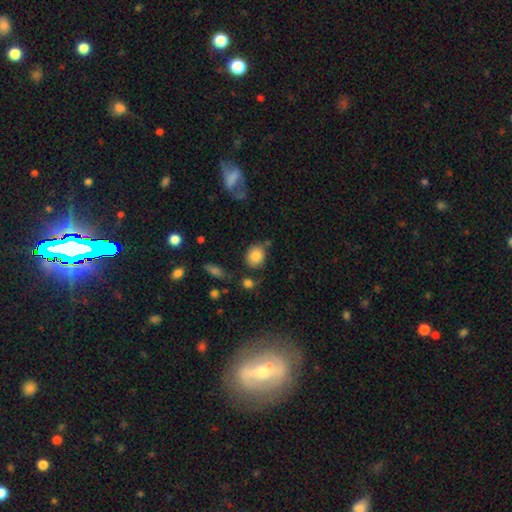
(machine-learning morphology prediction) Smooth or featured: smooth — 84% (star or artifact — 9%)
How rounded: round — 64% (in between — 35%)
Merging: none — 68% (minor disturbance — 17%)